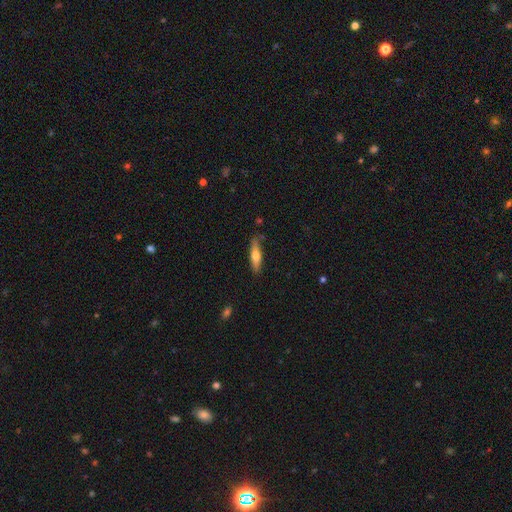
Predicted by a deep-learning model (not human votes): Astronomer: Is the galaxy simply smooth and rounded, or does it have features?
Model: smooth — 60%.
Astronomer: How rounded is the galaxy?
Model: cigar-shaped — 71%.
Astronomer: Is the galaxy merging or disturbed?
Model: none — 82%.